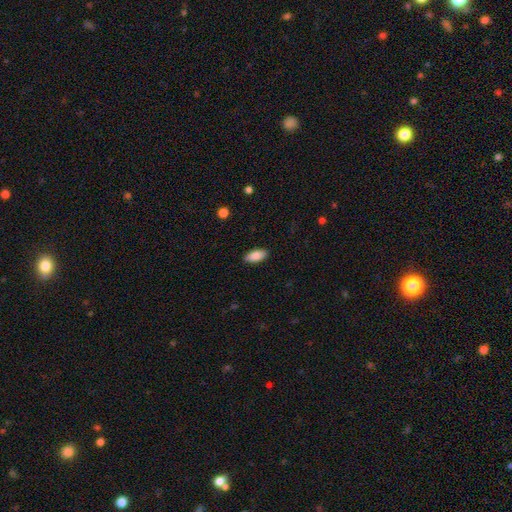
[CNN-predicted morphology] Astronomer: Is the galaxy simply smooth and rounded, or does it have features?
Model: smooth — 87%.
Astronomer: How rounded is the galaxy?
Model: in between — 88%.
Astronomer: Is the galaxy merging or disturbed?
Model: none — 89%.